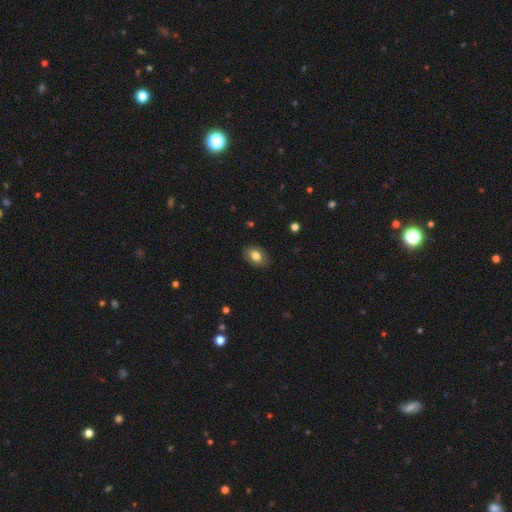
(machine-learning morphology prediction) Overall: smooth (80%). How rounded: in between (83%). Merging: none (86%).